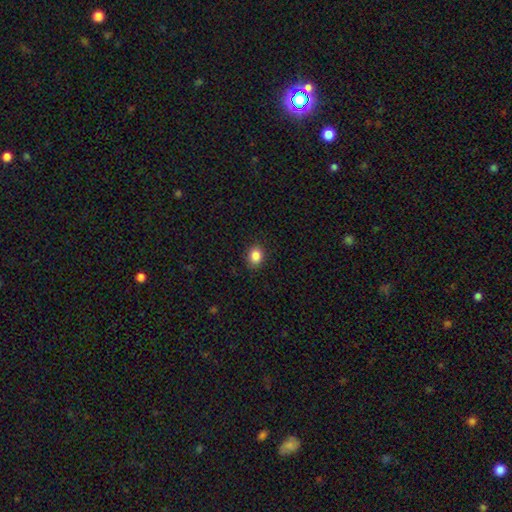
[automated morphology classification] Smooth or featured: smooth — 86% (star or artifact — 10%)
How rounded: round — 52% (in between — 47%)
Merging: none — 88% (minor disturbance — 8%)